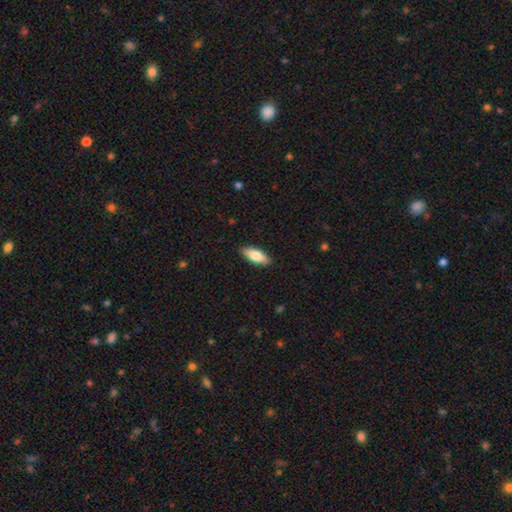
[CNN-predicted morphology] type=smooth (77%); roundness=in between (73%); merging=none (89%).